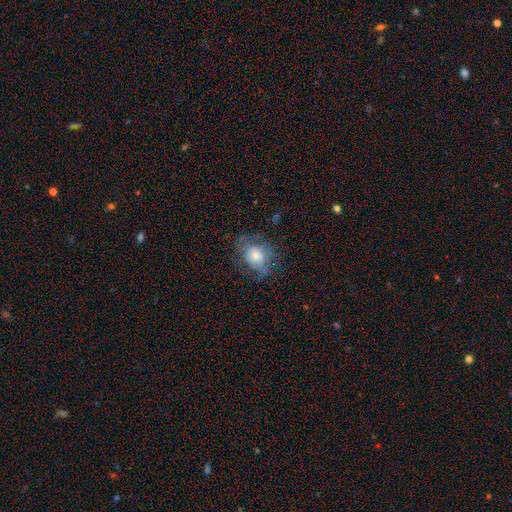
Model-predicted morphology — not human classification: This appears to be a smooth galaxy with no disk features (55%) that is round (57%). Merging: none (58%).